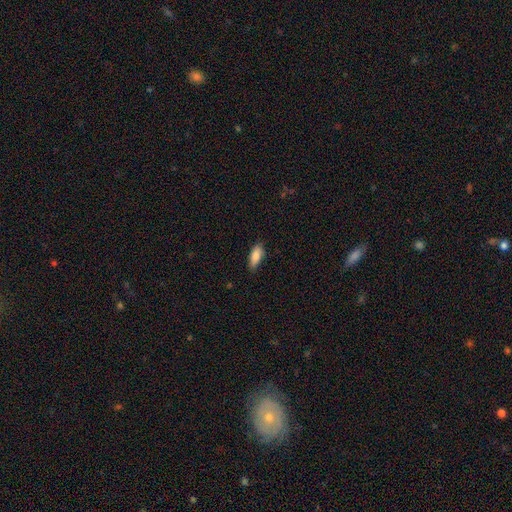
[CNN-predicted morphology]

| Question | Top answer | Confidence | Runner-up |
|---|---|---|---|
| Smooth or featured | smooth | 84% | featured or disk (9%) |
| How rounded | in between | 79% | cigar-shaped (19%) |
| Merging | none | 81% | minor disturbance (15%) |